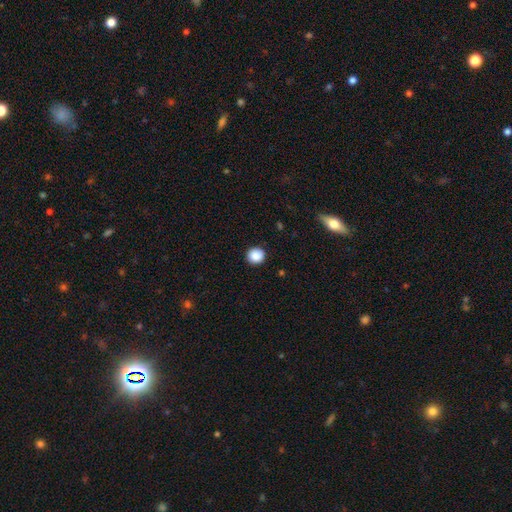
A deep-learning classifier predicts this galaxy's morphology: The model was most divided on "smooth or featured": smooth: 88%, star or artifact: 9%, featured or disk: 3%. More confident: how rounded — round (94%); merging — none (92%).